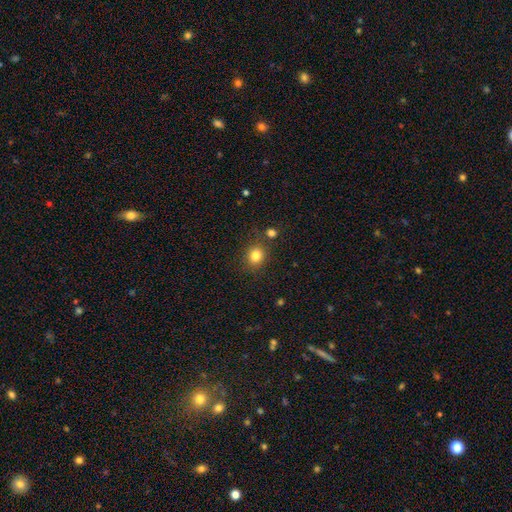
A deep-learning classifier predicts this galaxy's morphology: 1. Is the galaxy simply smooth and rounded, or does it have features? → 82% smooth, 12% star or artifact, 6% featured or disk.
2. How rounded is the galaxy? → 79% round, 20% in between, 1% cigar-shaped.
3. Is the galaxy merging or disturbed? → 81% none, 10% minor disturbance, 6% merger, 3% major disturbance.